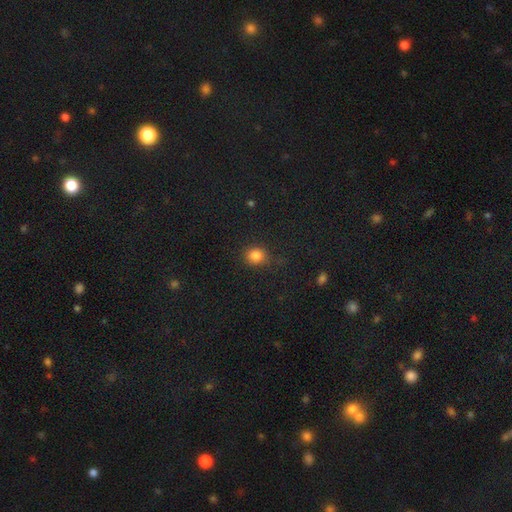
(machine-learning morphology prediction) Smooth or featured: smooth — 83% (star or artifact — 12%)
How rounded: round — 79% (in between — 20%)
Merging: none — 80% (minor disturbance — 14%)